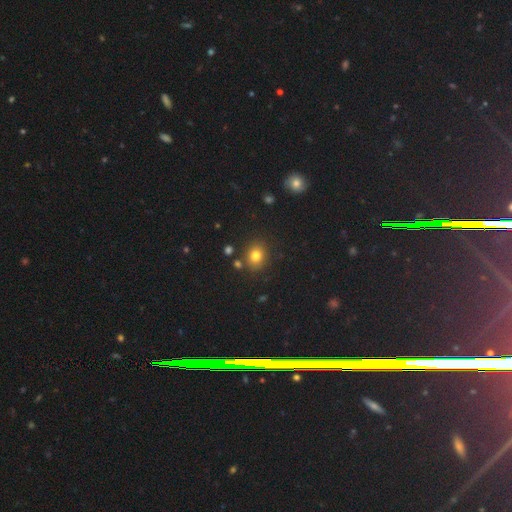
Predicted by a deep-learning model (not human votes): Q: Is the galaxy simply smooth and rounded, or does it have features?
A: smooth — 79%.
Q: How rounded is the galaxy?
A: round — 67%.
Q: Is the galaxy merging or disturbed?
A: none — 82%.